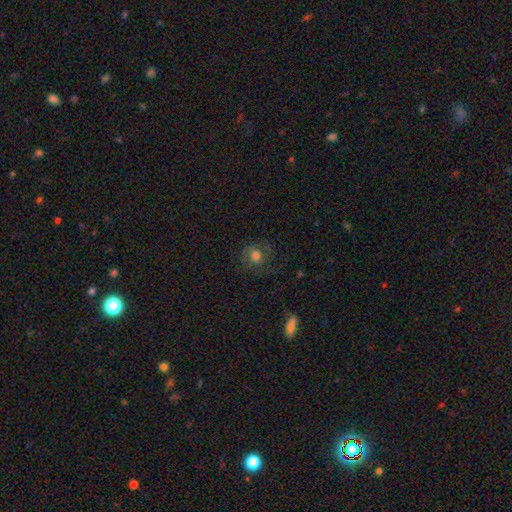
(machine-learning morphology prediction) This appears to be a smooth galaxy with no disk features (46%). Merging: none (69%).